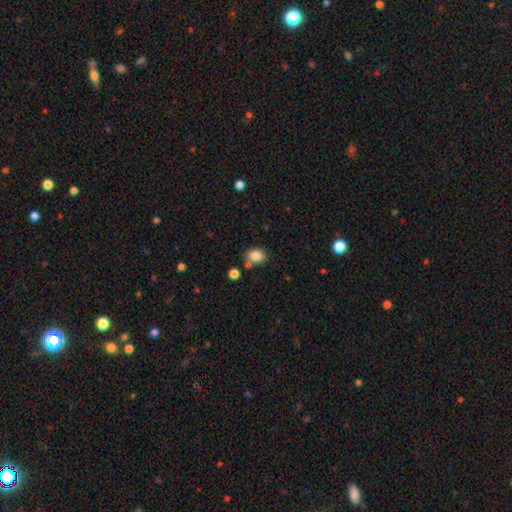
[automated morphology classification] A smooth galaxy with no disk features (85%) that is in between round and cigar-shaped (58%). Merging: none (70%).